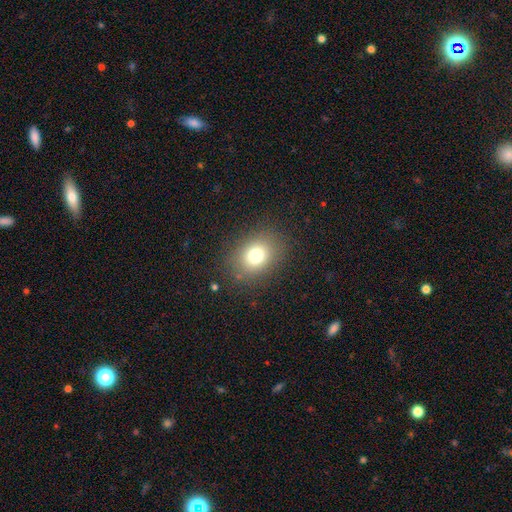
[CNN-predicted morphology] smooth 75%, star or artifact 14%, featured or disk 11%. Down the decision tree: how rounded — in between (53%); merging — none (84%).